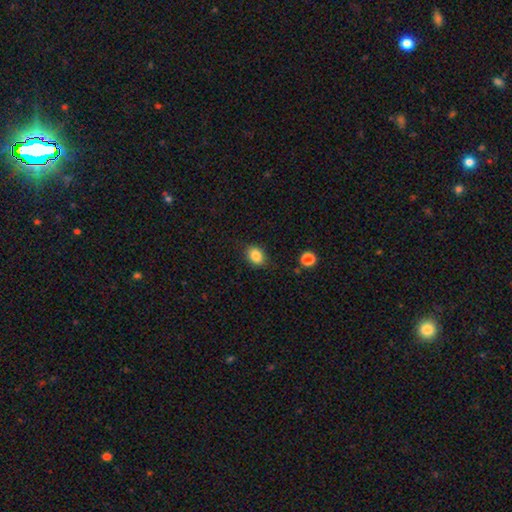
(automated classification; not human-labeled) Smooth or featured?
  - smooth: 85% *
  - star or artifact: 10%
  - featured or disk: 5%
How rounded?
  - in between: 64% *
  - round: 35%
  - cigar-shaped: 1%
Merging?
  - none: 84% *
  - minor disturbance: 11%
  - major disturbance: 3%
  - merger: 1%